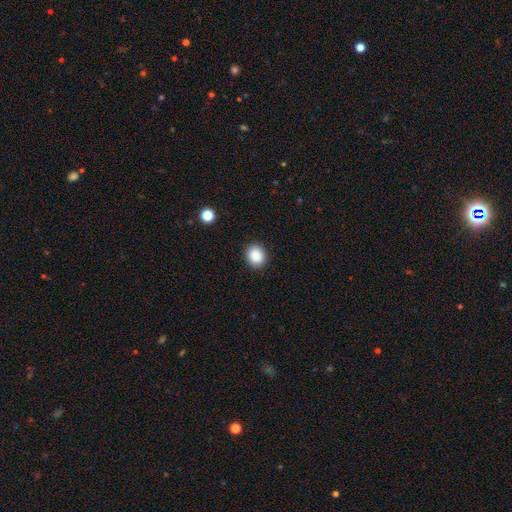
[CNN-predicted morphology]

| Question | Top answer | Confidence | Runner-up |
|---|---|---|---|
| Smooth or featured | smooth | 89% | star or artifact (9%) |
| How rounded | round | 65% | in between (34%) |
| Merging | none | 90% | minor disturbance (7%) |